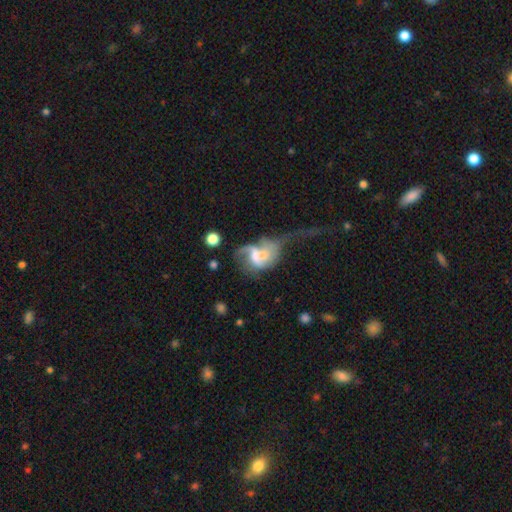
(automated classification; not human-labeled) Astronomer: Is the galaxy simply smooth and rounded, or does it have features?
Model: featured or disk — 61%.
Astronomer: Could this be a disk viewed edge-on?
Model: no — 96%.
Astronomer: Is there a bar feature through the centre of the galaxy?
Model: no — 56% (runner-up: weak, 32%).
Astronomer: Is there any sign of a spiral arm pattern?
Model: yes — 62% (runner-up: no, 38%).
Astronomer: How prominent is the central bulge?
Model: moderate — 35% (runner-up: small, 28%).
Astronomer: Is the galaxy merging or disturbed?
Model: major disturbance — 45% (runner-up: merger, 30%).